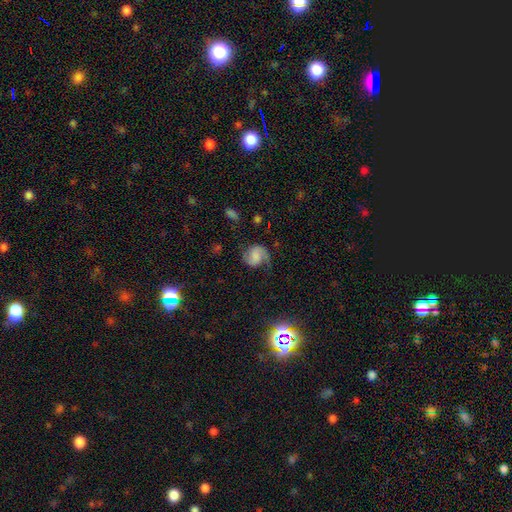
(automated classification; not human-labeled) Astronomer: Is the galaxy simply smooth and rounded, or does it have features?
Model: featured or disk — 62%.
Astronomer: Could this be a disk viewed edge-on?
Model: no — 98%.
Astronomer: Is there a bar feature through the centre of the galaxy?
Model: no — 54% (runner-up: weak, 36%).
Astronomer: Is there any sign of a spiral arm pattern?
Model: yes — 93%.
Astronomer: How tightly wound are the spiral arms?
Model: medium — 44% (runner-up: loose, 36%).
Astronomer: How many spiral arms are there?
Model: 2 — 71%.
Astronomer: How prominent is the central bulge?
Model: none — 45%.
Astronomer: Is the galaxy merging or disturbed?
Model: none — 59%.